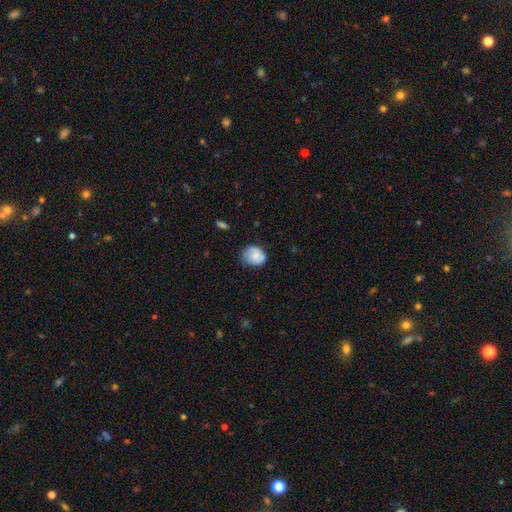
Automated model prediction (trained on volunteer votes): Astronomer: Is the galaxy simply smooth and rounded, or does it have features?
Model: smooth — 59%.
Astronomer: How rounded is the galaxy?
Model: round — 64%.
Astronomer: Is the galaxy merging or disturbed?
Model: none — 64%.